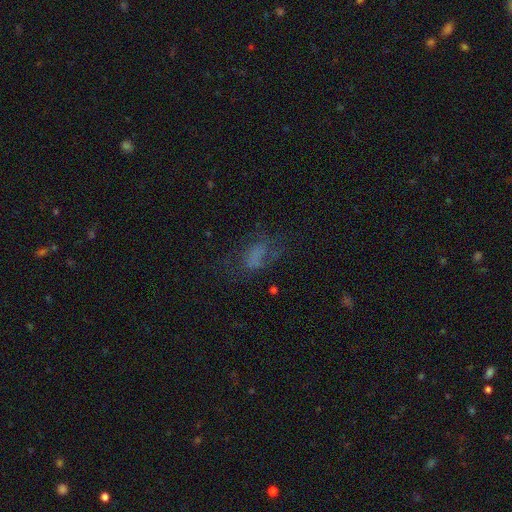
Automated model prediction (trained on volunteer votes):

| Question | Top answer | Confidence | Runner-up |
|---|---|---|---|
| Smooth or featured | smooth | 48% | featured or disk (30%) |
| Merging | none | 43% | major disturbance (33%) |